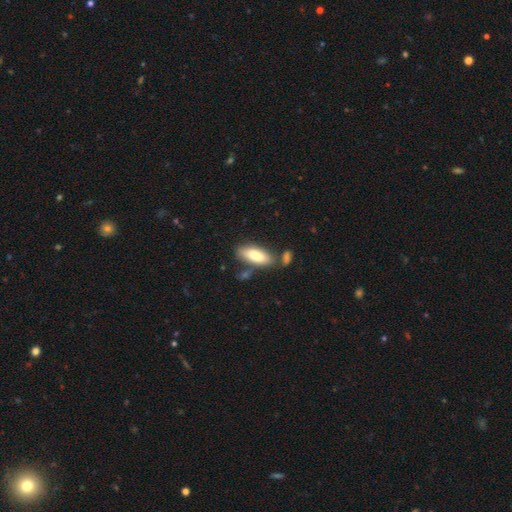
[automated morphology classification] This is clearly a smooth galaxy (81%). How rounded: likely in between (76%). Merging: likely none (63%).